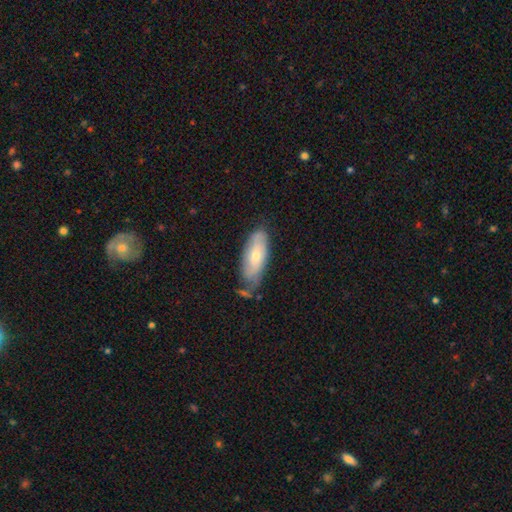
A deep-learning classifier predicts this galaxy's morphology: A smooth galaxy with no disk features (59%) that is in between round and cigar-shaped (76%). Merging: none (55%).